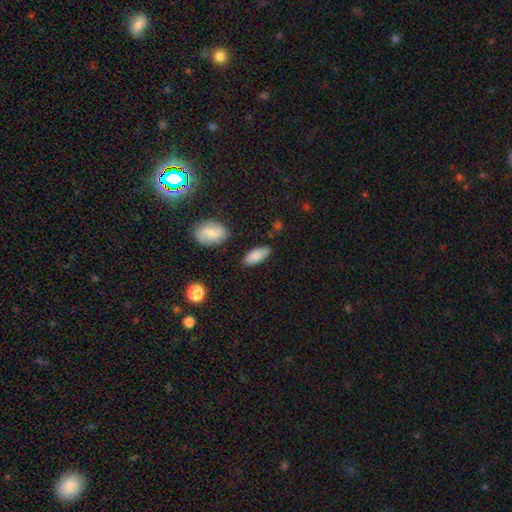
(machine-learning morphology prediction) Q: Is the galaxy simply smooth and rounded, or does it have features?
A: smooth — 85%.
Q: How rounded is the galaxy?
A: in between — 83%.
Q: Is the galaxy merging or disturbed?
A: none — 80%.